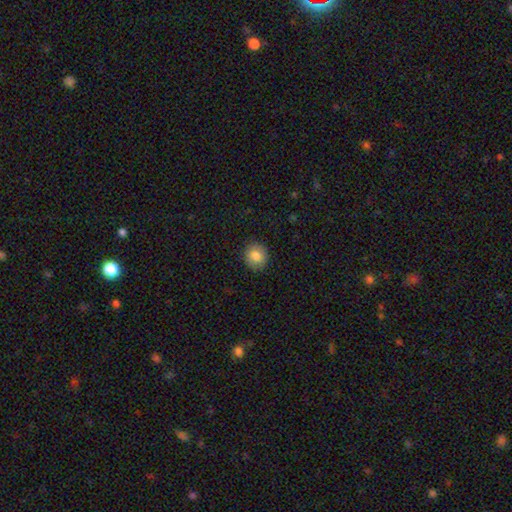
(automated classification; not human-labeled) smooth_or_featured: smooth (p=0.83) [alt: featured or disk p=0.09]
how_rounded: round (p=0.83) [alt: in between p=0.16]
merging: none (p=0.90) [alt: minor disturbance p=0.07]